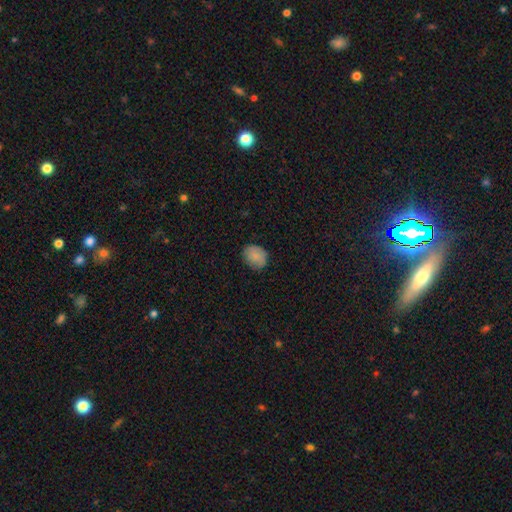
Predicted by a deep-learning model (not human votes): Q: Smooth or featured?
A: smooth (83%); runner-up: featured or disk (9%)
Q: How rounded?
A: round (50%); runner-up: in between (49%)
Q: Merging?
A: none (79%); runner-up: minor disturbance (17%)